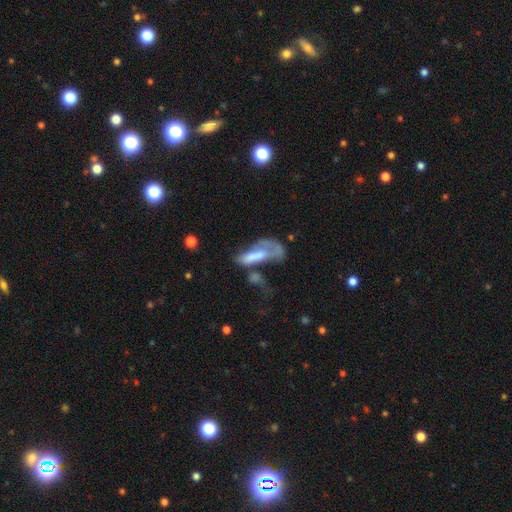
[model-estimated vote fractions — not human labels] A smooth galaxy with no disk features (52%) that is in between round and cigar-shaped (60%). Merging: major disturbance (39%).